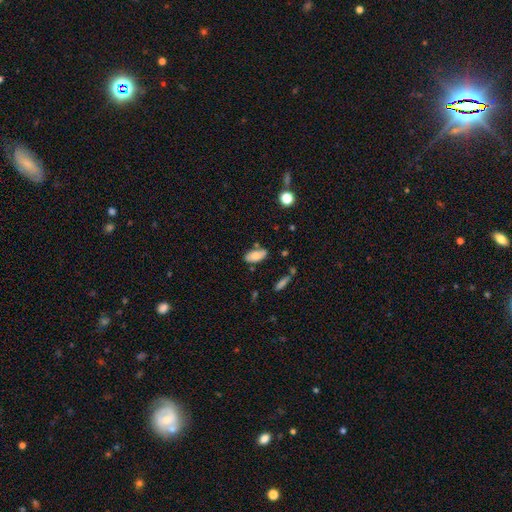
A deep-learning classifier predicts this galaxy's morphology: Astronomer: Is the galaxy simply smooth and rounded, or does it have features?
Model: smooth — 75%.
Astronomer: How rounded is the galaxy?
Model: in between — 90%.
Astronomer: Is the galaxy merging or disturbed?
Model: none — 67%.